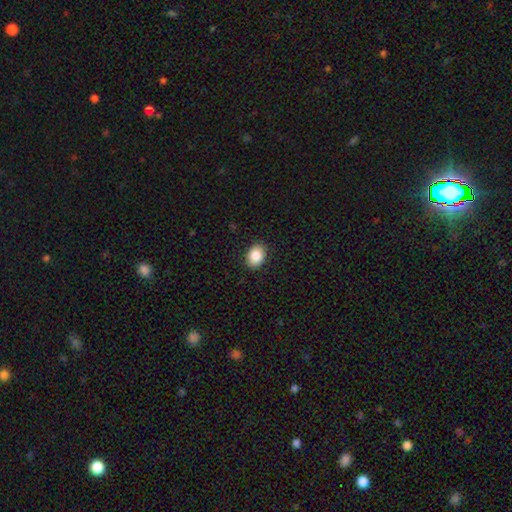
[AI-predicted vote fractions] Smooth or featured? smooth (87%)
How rounded? in between (74%)
Merging? none (88%)